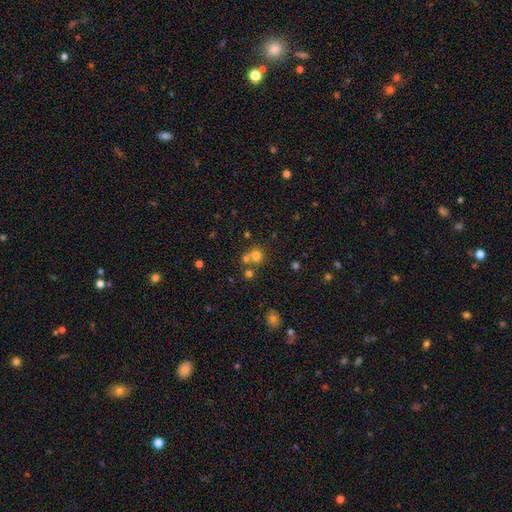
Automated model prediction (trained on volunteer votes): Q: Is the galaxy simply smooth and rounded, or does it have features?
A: smooth — 72%.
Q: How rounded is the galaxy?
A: round — 88%.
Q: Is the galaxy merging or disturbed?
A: none — 54%.